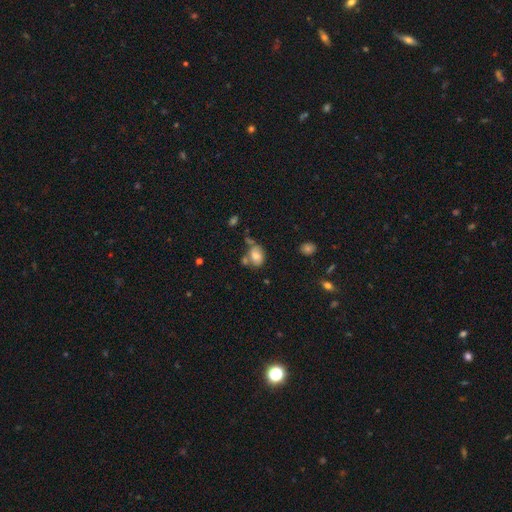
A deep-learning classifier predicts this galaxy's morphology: The model was most divided on "merging": none: 47%, merger: 23%, minor disturbance: 21%, major disturbance: 8%. More confident: how rounded — in between (73%); smooth or featured — smooth (69%).